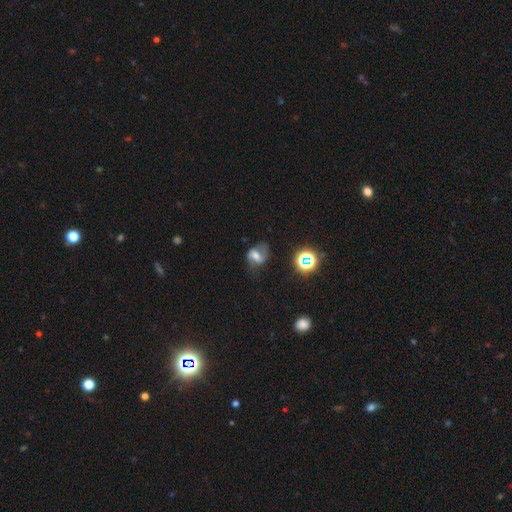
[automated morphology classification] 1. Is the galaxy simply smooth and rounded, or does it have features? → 54% featured or disk, 31% smooth, 15% star or artifact.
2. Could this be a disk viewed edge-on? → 96% no, 4% yes.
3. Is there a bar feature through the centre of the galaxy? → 44% weak, 32% strong, 24% no.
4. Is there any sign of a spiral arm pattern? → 81% yes, 19% no.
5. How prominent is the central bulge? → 49% moderate, 24% small, 16% large, 7% none, 3% dominant.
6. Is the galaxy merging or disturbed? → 58% none, 24% minor disturbance, 15% major disturbance, 3% merger.